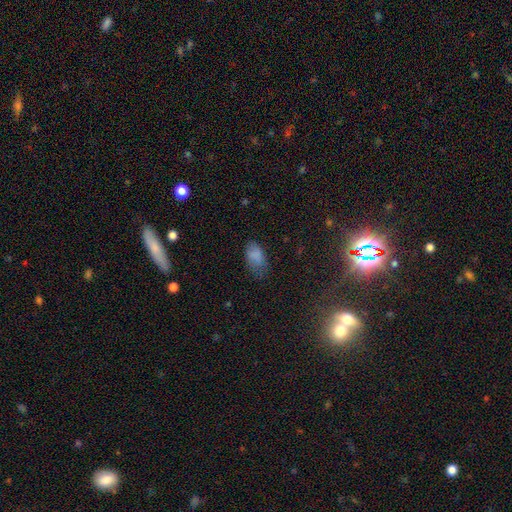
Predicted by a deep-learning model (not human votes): This appears to be a smooth galaxy with no disk features (81%) that is in between round and cigar-shaped (93%). Merging: none (56%).